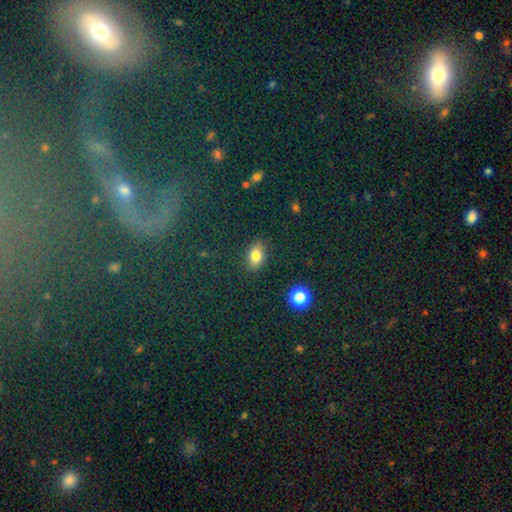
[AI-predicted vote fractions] This appears to be a smooth galaxy with no disk features (80%) that is in between round and cigar-shaped (79%). Merging: none (85%).